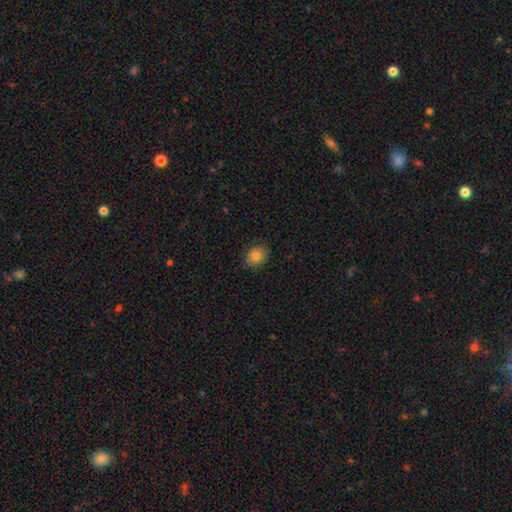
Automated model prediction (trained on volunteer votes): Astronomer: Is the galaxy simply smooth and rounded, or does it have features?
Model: smooth — 82%.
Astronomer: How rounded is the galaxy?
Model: round — 53% (runner-up: in between, 46%).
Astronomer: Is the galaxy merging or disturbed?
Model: none — 85%.